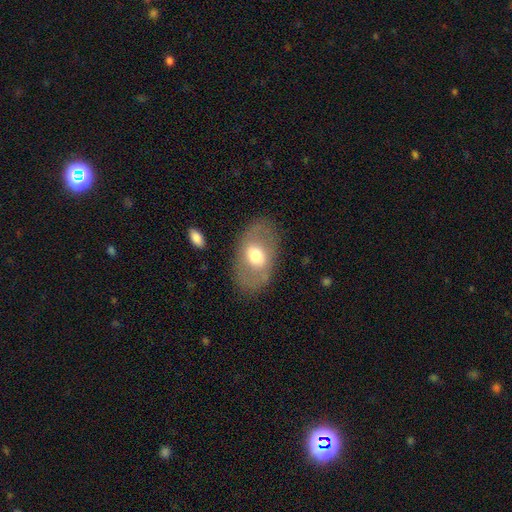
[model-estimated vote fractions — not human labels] Q: Smooth or featured?
A: smooth (54%); runner-up: featured or disk (40%)
Q: How rounded?
A: in between (87%); runner-up: round (12%)
Q: Merging?
A: none (77%); runner-up: minor disturbance (14%)